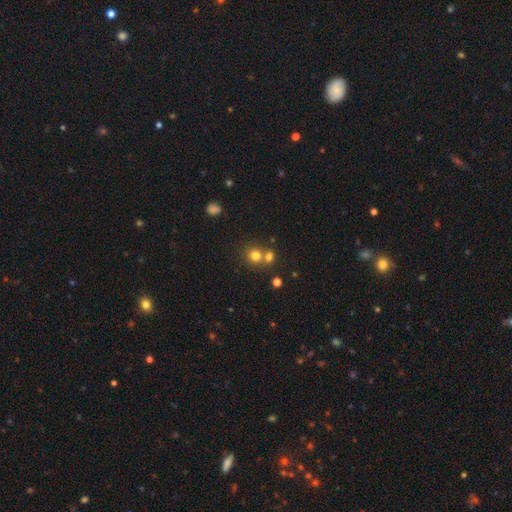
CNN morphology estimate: Smooth or featured: smooth — 76% (star or artifact — 15%)
How rounded: round — 85% (in between — 14%)
Merging: none — 51% (merger — 40%)